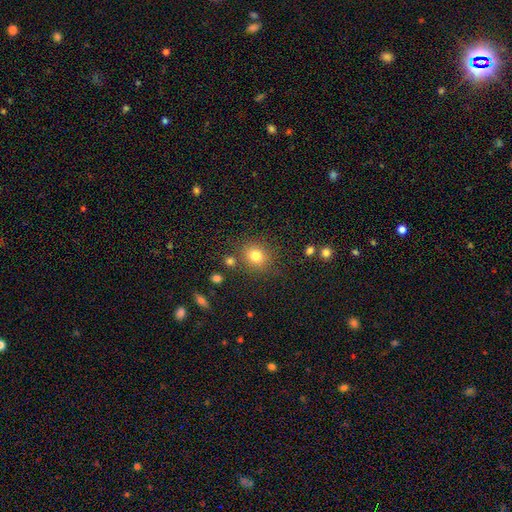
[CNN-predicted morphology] smooth_or_featured: smooth (p=0.79) [alt: star or artifact p=0.13]
how_rounded: round (p=0.75) [alt: in between p=0.24]
merging: none (p=0.81) [alt: minor disturbance p=0.10]